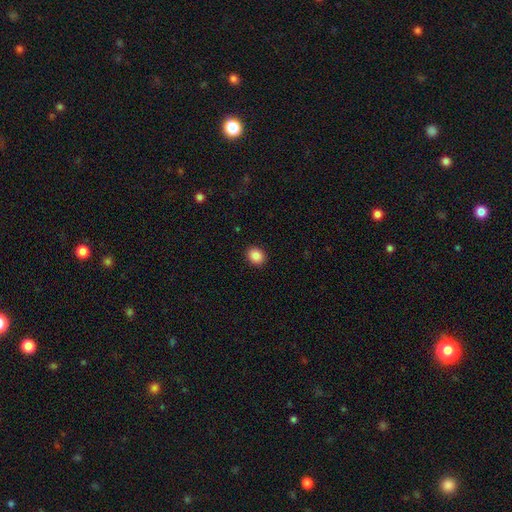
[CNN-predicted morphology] smooth-or-featured: smooth: 87% | star or artifact: 9% | featured or disk: 4%
  how-rounded: round: 60% | in between: 39% | cigar-shaped: 1%
  merging: none: 91% | minor disturbance: 6% | major disturbance: 2% | merger: 1%